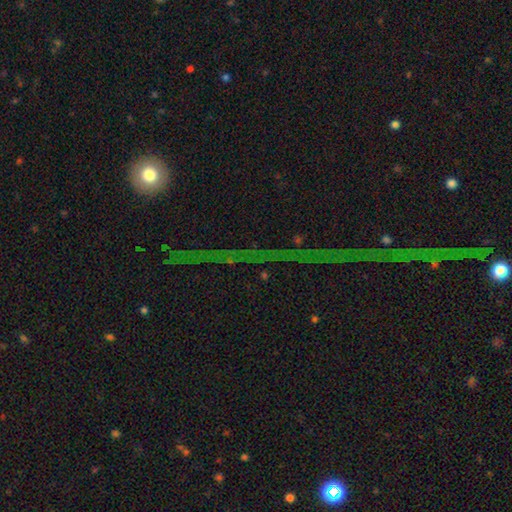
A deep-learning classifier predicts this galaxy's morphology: star or artifact 68%, smooth 19%, featured or disk 14%.